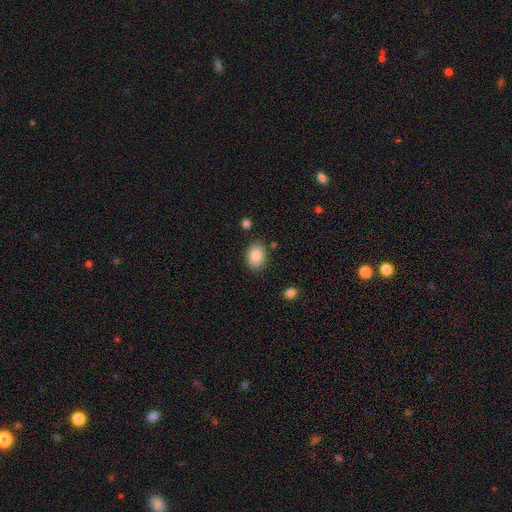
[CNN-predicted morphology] smooth_or_featured: smooth (p=0.87) [alt: star or artifact p=0.07]
how_rounded: in between (p=0.74) [alt: round p=0.25]
merging: none (p=0.82) [alt: minor disturbance p=0.12]